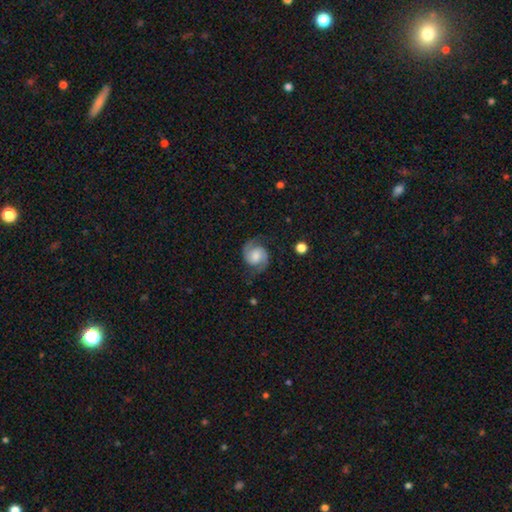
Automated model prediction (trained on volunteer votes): Overall: featured or disk (86%). Edge-on disk: no (98%). Bar: no (61%; weak 32%). Spiral arms: yes (98%). Spiral arm count: 2 (94%). Spiral winding: medium (54%; tight 24%). Bulge size: moderate (45%; small 23%). Merging: none (80%).